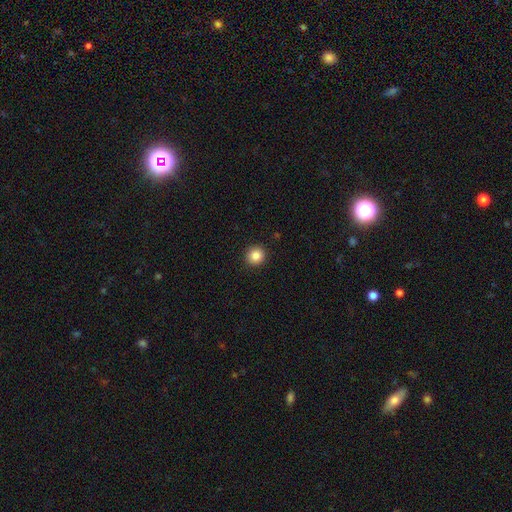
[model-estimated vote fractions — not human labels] smooth 85%, star or artifact 10%, featured or disk 5%. Down the decision tree: how rounded — round (93%); merging — none (93%).